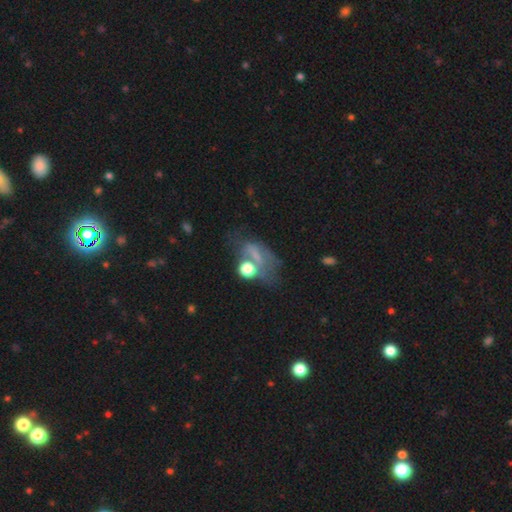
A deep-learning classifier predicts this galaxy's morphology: This is marginally a smooth galaxy (40%). Merging: marginally none (34%).